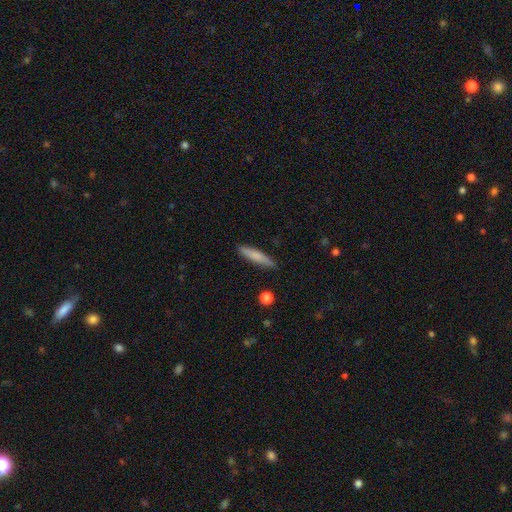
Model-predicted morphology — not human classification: type=smooth (73%); roundness=cigar-shaped (89%); merging=none (88%).